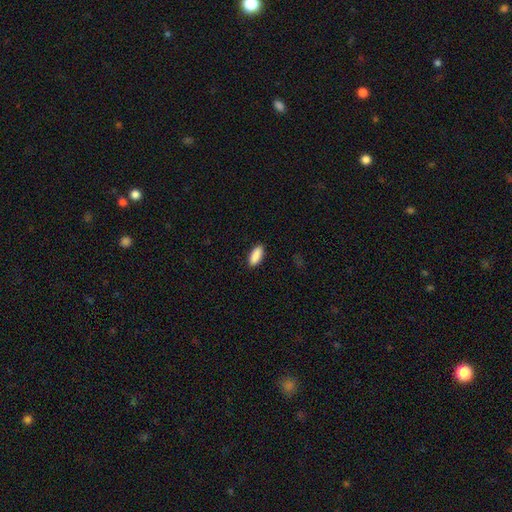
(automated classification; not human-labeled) Morphology: type=smooth (90%); roundness=in between (82%); merging=none (89%).